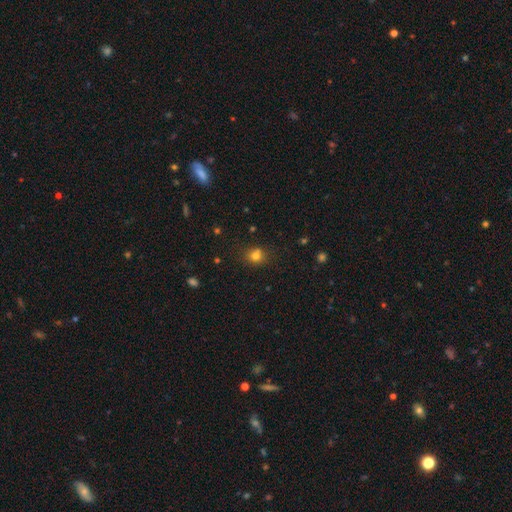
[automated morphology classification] smooth 76%, star or artifact 16%, featured or disk 8%. Down the decision tree: how rounded — round (76%); merging — none (71%).